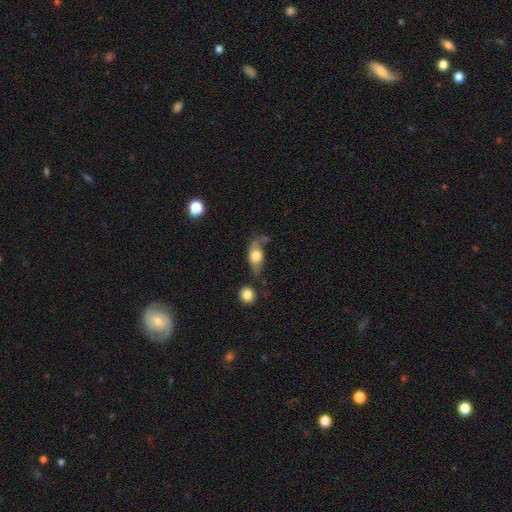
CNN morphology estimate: Overall: smooth (63%; featured or disk 29%). How rounded: in between (75%). Merging: none (41%; minor disturbance 26%).